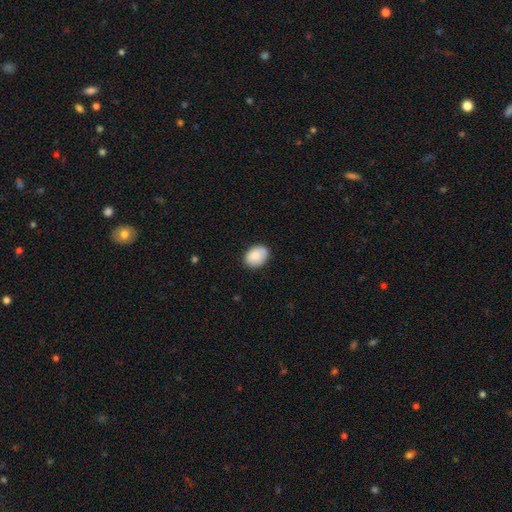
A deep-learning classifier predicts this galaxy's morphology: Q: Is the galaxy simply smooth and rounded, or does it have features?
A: smooth — 87%.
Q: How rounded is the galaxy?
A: in between — 77%.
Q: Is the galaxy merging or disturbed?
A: none — 84%.